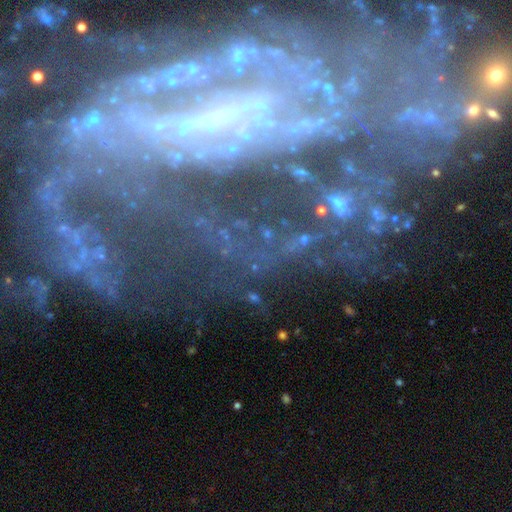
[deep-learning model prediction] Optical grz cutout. It shows a featured or disk galaxy (83%) with a strong bar (54%), 2 (33%) medium (39%) spiral arms (83%) and a small central bulge (44%). Merging: none (46%).